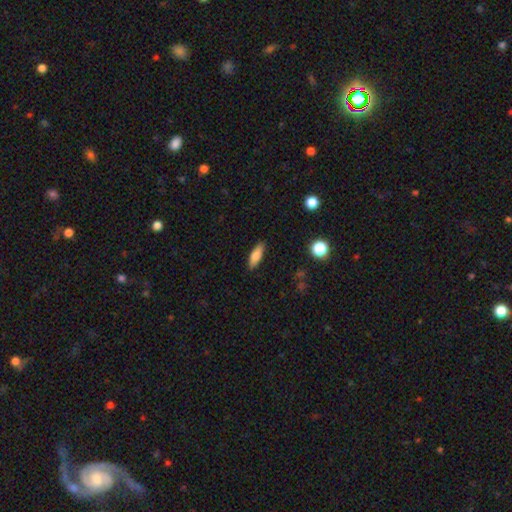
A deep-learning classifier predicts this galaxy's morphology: Smooth or featured? smooth (75%)
How rounded? in between (50%)
Merging? none (87%)